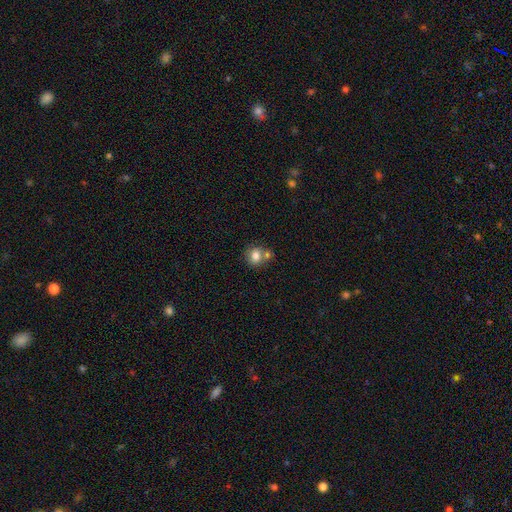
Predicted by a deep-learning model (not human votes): Smooth or featured? Predicted: smooth (p=0.79). How rounded? Predicted: round (p=0.73). Merging? Predicted: none (p=0.51).